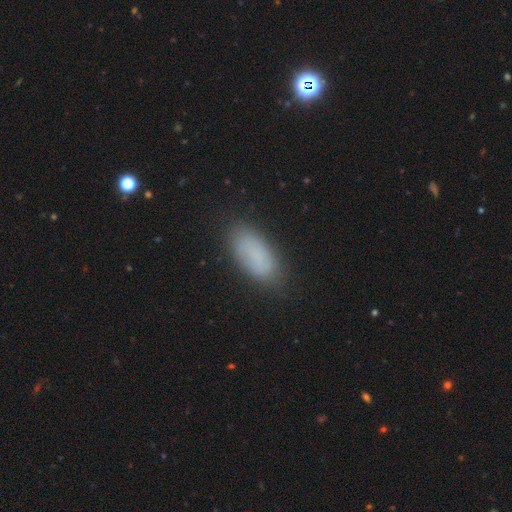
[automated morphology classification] smooth 81%, featured or disk 10%, star or artifact 9%. Down the decision tree: how rounded — in between (86%); merging — none (81%).